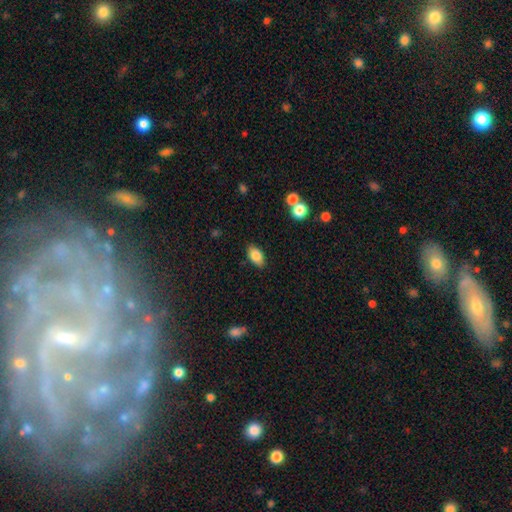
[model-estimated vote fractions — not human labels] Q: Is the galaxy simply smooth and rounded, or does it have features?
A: smooth — 84%.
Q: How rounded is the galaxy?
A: in between — 91%.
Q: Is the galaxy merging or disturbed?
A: none — 85%.